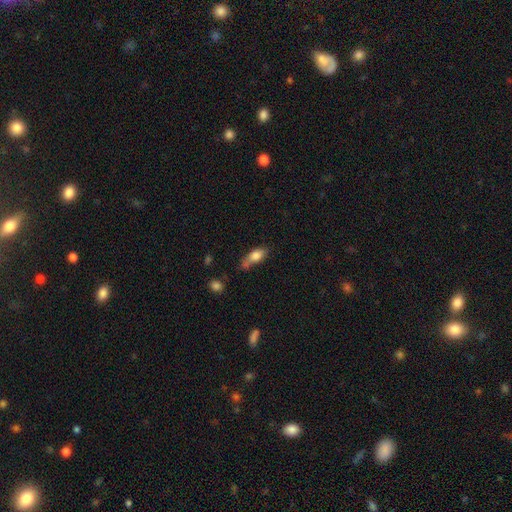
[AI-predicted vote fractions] Overall: smooth (77%). How rounded: in between (78%). Merging: none (42%; minor disturbance 30%).